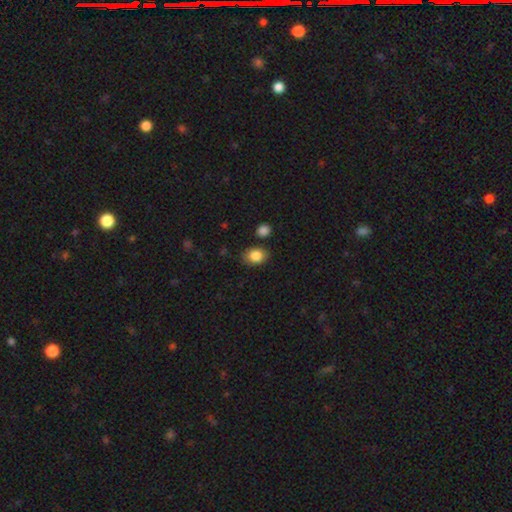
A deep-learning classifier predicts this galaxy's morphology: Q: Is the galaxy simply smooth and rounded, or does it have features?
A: smooth — 85%.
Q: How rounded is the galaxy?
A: in between — 63%.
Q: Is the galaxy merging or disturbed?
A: none — 80%.